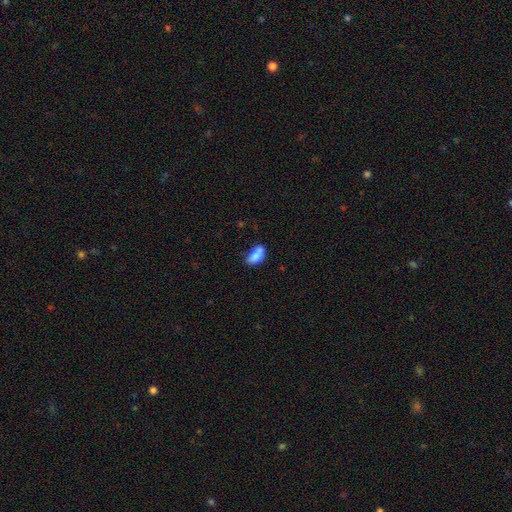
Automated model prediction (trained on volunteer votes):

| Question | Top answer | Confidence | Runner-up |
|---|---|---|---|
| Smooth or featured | smooth | 77% | featured or disk (15%) |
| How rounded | in between | 89% | round (7%) |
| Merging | none | 39% | merger (30%) |